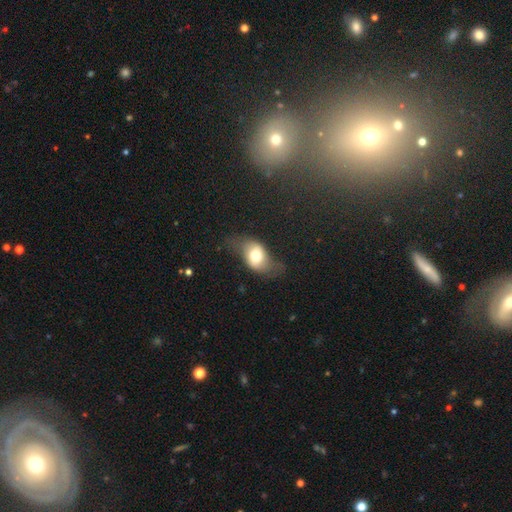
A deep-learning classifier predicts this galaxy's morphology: smooth-or-featured: smooth: 58% | featured or disk: 35% | star or artifact: 7%
  how-rounded: in between: 83% | round: 14% | cigar-shaped: 3%
  merging: none: 49% | minor disturbance: 31% | major disturbance: 19% | merger: 2%